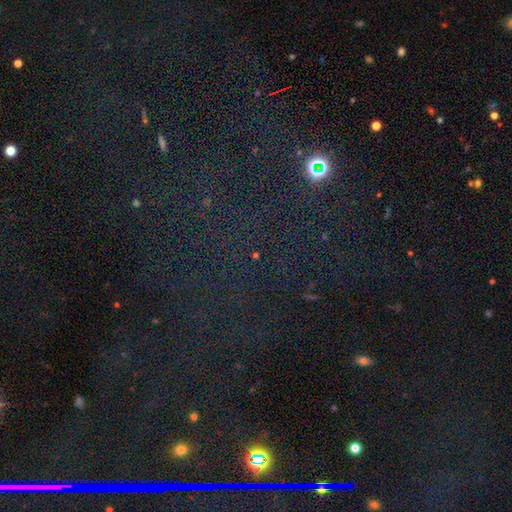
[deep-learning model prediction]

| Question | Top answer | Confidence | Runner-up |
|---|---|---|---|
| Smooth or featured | star or artifact | 77% | smooth (15%) |